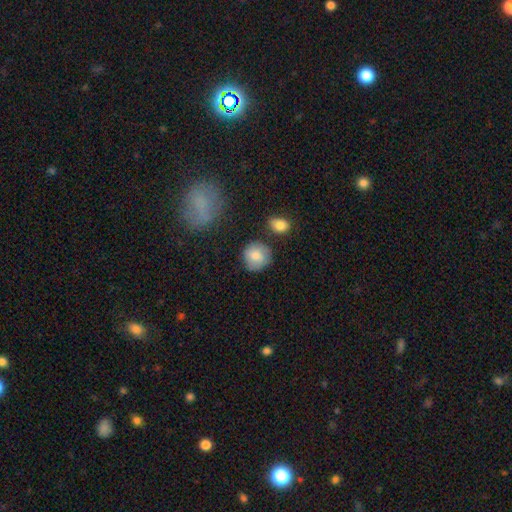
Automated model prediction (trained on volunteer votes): A smooth galaxy with no disk features (81%) that is round (89%).

Vote fractions:
- Smooth or featured? smooth: 81% / featured or disk: 12% / star or artifact: 7%
- How rounded? round: 89% / in between: 10% / cigar-shaped: 1%
- Merging? none: 76% / minor disturbance: 15% / merger: 5% / major disturbance: 4%